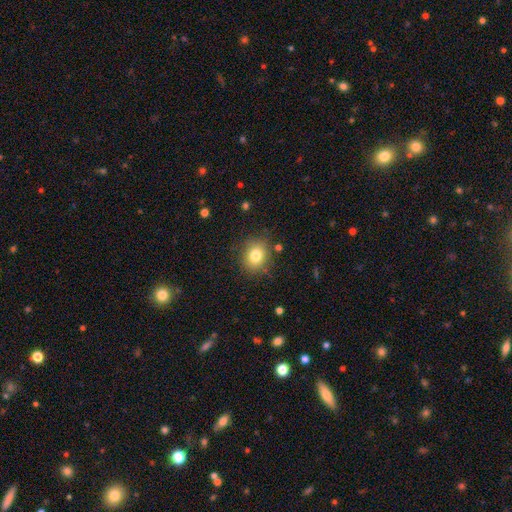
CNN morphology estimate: smooth-or-featured: smooth: 79% | star or artifact: 11% | featured or disk: 9%
  how-rounded: round: 68% | in between: 31% | cigar-shaped: 1%
  merging: none: 84% | minor disturbance: 11% | major disturbance: 3% | merger: 2%